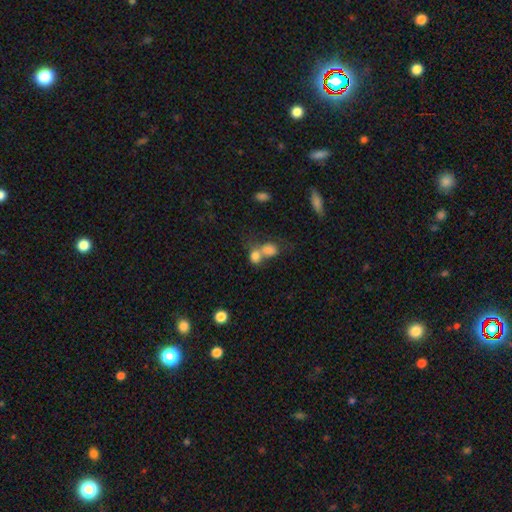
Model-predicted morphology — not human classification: Smooth or featured?
  - smooth: 78% *
  - star or artifact: 11%
  - featured or disk: 11%
How rounded?
  - round: 56% *
  - in between: 43%
  - cigar-shaped: 2%
Merging?
  - merger: 64% *
  - none: 25%
  - minor disturbance: 7%
  - major disturbance: 5%